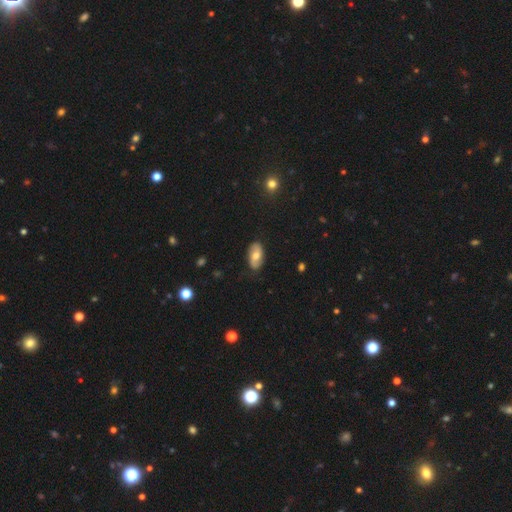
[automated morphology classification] The model was most divided on "smooth or featured": smooth: 55%, featured or disk: 38%, star or artifact: 7%. More confident: how rounded — in between (93%); merging — none (82%).